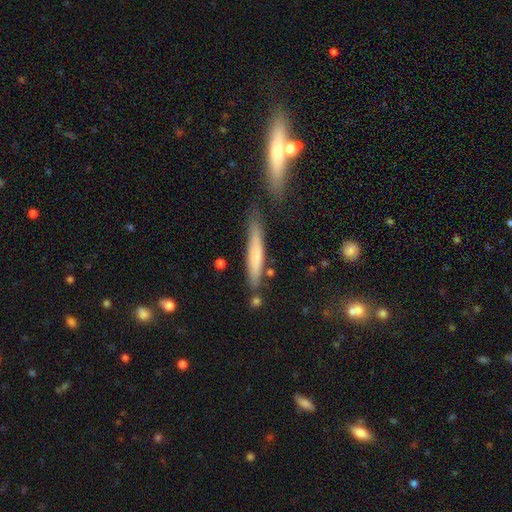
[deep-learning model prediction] Q: Smooth or featured?
A: smooth (65%); runner-up: featured or disk (28%)
Q: How rounded?
A: cigar-shaped (92%); runner-up: in between (6%)
Q: Merging?
A: none (67%); runner-up: minor disturbance (19%)